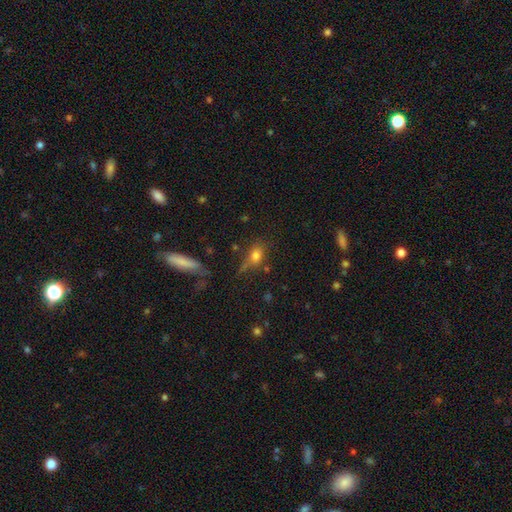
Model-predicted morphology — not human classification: Overall: smooth (73%). How rounded: in between (63%; round 31%). Merging: none (59%; minor disturbance 21%).